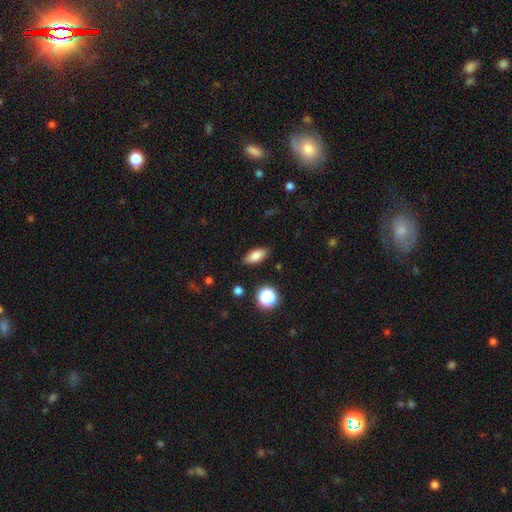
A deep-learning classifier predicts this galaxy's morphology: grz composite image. It shows a smooth galaxy with no disk features (82%) that is in between round and cigar-shaped (82%). Merging: none (87%).